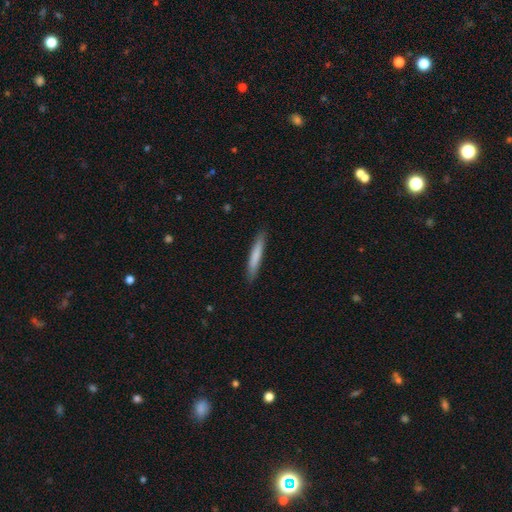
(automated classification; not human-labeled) A smooth galaxy with no disk features (78%) that is cigar-shaped (93%). Merging: none (88%).